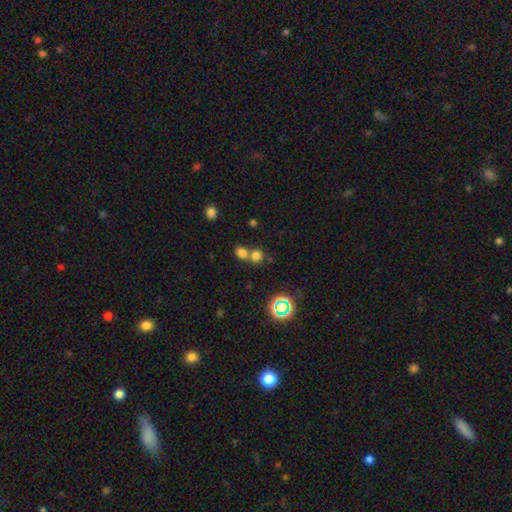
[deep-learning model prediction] smooth_or_featured: smooth (p=0.70) [alt: star or artifact p=0.22]
how_rounded: round (p=0.80) [alt: in between p=0.18]
merging: merger (p=0.48) [alt: none p=0.44]